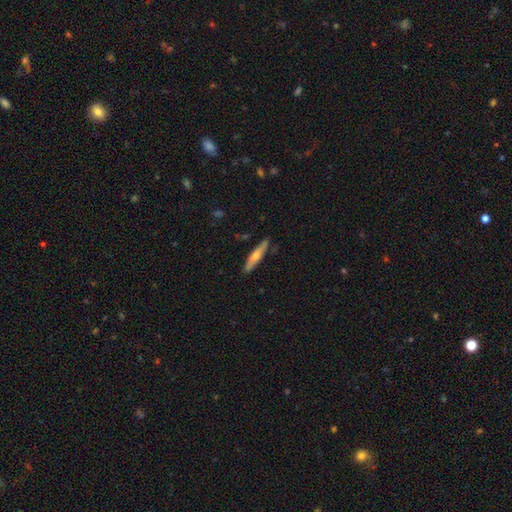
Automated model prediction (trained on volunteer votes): smooth 55%, featured or disk 39%, star or artifact 5%. Down the decision tree: how rounded — cigar-shaped (87%); merging — none (85%).